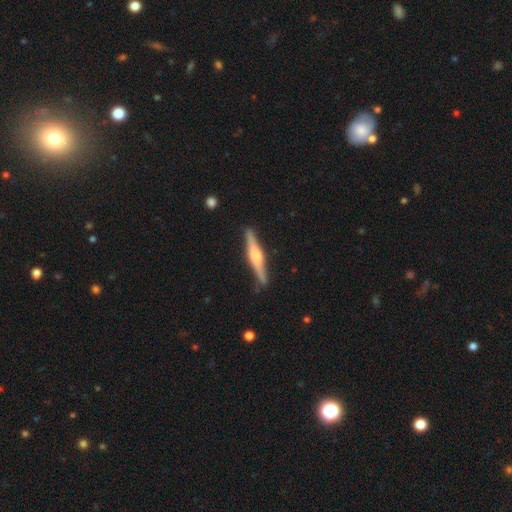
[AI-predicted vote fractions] smooth-or-featured: featured or disk: 70% | smooth: 25% | star or artifact: 5%
  disk-edge-on: yes: 97% | no: 3%
    edge-on-bulge: rounded: 75% | boxy: 19% | none: 6%
  merging: none: 88% | minor disturbance: 9% | major disturbance: 2% | merger: 2%